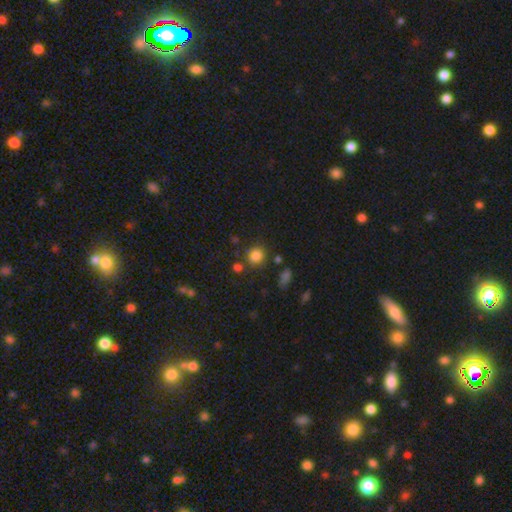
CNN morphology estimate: This appears to be a smooth galaxy with no disk features (82%) that is round (86%). Merging: none (78%).